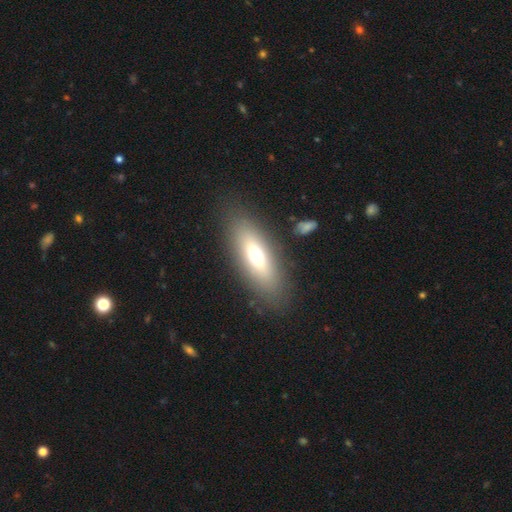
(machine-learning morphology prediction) A smooth galaxy with no disk features (64%) that is in between round and cigar-shaped (65%).

Vote fractions:
- Smooth or featured? smooth: 64% / featured or disk: 27% / star or artifact: 9%
- How rounded? in between: 65% / cigar-shaped: 32% / round: 3%
- Merging? none: 82% / minor disturbance: 10% / major disturbance: 5% / merger: 2%